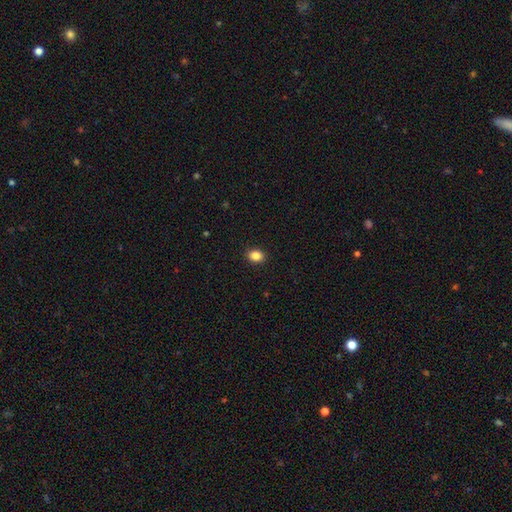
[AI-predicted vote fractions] Overall: smooth (86%). How rounded: in between (60%; round 39%). Merging: none (91%).